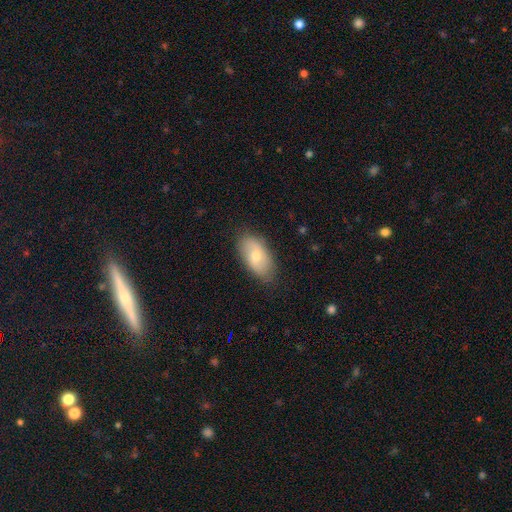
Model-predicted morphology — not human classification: type=smooth (62%); roundness=in between (92%); merging=none (83%).